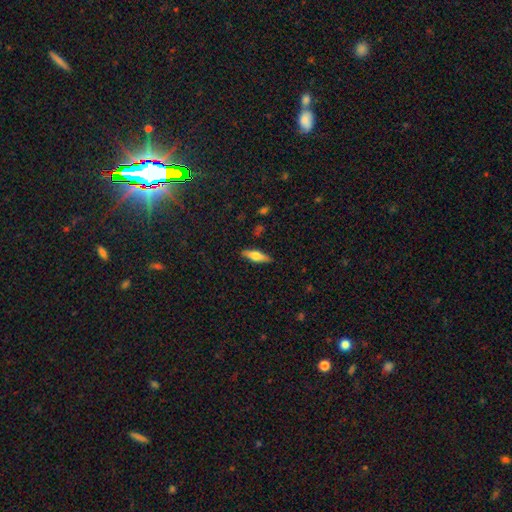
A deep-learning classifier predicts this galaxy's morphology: A smooth galaxy with no disk features (51%) that is cigar-shaped (61%). Merging: none (88%).